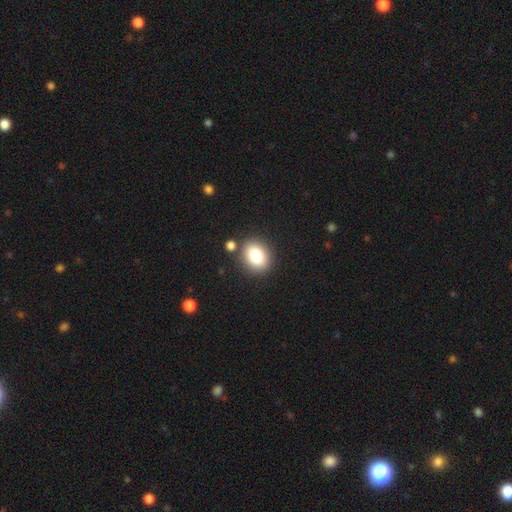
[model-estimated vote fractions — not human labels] Smooth or featured? Predicted: smooth (p=0.82). How rounded? Predicted: in between (p=0.61). Merging? Predicted: none (p=0.82).